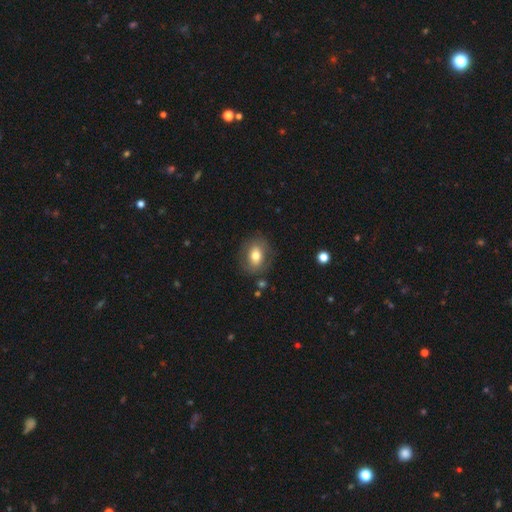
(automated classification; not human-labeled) Smooth or featured?
  - smooth: 68% *
  - featured or disk: 24%
  - star or artifact: 8%
How rounded?
  - in between: 59% *
  - round: 40%
  - cigar-shaped: 1%
Merging?
  - none: 79% *
  - minor disturbance: 14%
  - major disturbance: 5%
  - merger: 2%